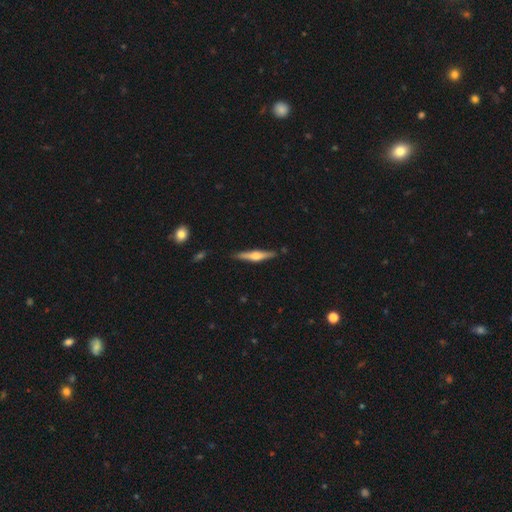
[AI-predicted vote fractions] Smooth or featured? featured or disk (69%)
Edge-on disk? yes (98%)
Edge-on bulge? rounded (90%)
Merging? none (88%)